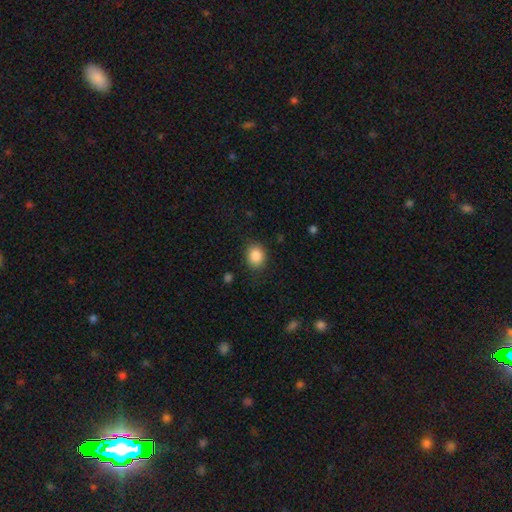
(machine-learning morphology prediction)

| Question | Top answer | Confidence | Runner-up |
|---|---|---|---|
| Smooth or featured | smooth | 86% | star or artifact (9%) |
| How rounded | round | 64% | in between (35%) |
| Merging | none | 84% | minor disturbance (12%) |